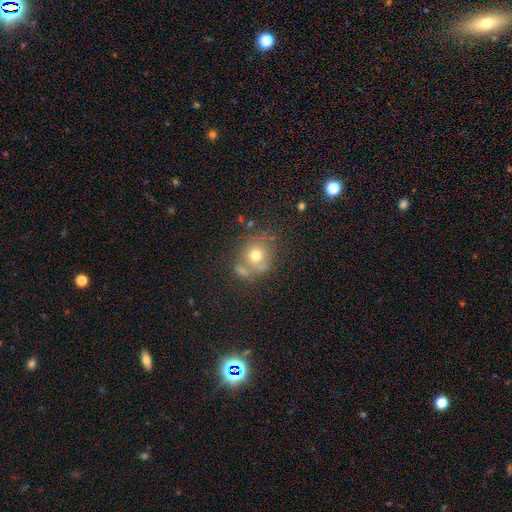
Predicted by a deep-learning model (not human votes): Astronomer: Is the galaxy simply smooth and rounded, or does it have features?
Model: smooth — 69%.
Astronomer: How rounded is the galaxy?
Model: round — 84%.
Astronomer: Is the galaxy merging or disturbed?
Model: none — 55%.